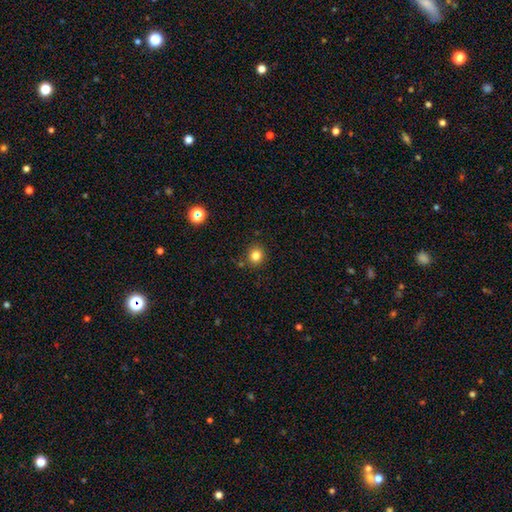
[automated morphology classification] smooth 81%, star or artifact 13%, featured or disk 6%. Down the decision tree: how rounded — round (84%); merging — none (85%).